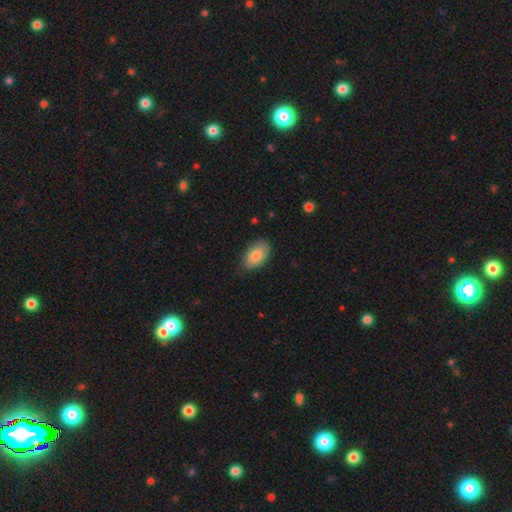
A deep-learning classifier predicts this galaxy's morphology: smooth_or_featured: smooth (p=0.83) [alt: featured or disk p=0.10]
how_rounded: in between (p=0.93) [alt: round p=0.05]
merging: none (p=0.81) [alt: minor disturbance p=0.15]